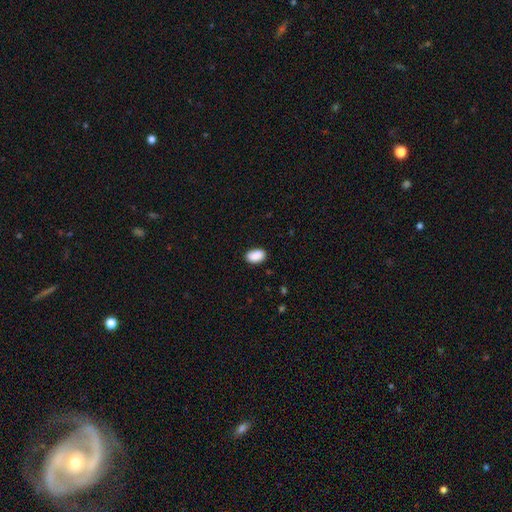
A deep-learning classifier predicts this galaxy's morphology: A smooth galaxy with no disk features (89%) that is in between round and cigar-shaped (90%). Merging: none (83%).